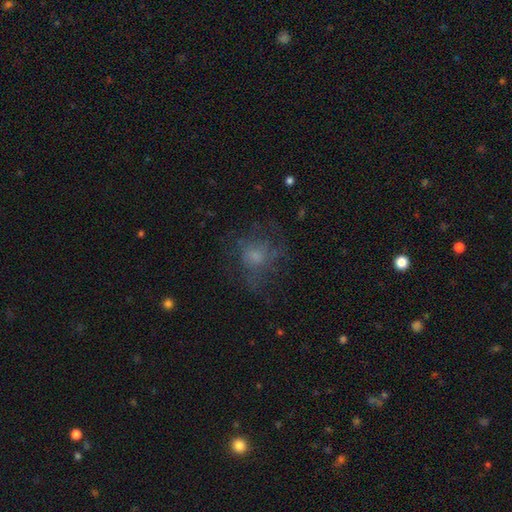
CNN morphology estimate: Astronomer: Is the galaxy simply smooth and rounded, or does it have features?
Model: smooth — 50% (runner-up: featured or disk, 33%).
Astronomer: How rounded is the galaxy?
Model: round — 72%.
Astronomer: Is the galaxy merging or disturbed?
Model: none — 55%.